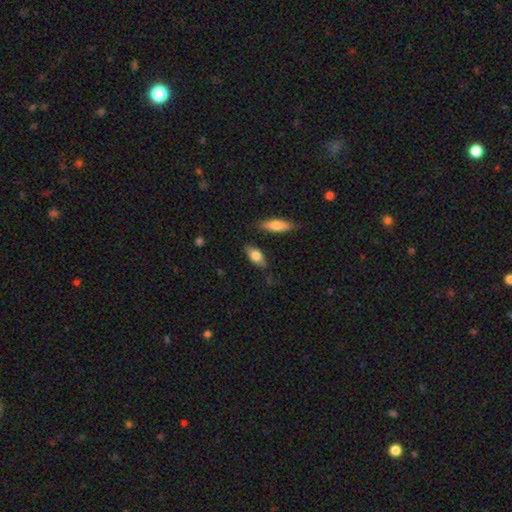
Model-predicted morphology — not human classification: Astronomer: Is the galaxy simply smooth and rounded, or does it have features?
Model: smooth — 71%.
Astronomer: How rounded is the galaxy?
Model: in between — 80%.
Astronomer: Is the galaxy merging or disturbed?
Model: none — 77%.